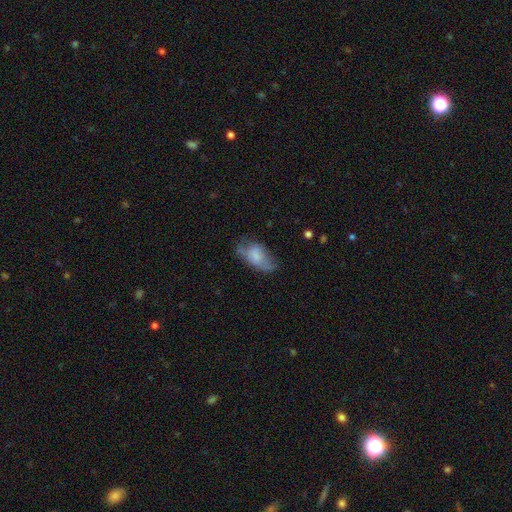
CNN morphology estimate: The model was most divided on "merging": none: 41%, minor disturbance: 34%, major disturbance: 22%, merger: 3%. More confident: how rounded — in between (92%); smooth or featured — smooth (66%).